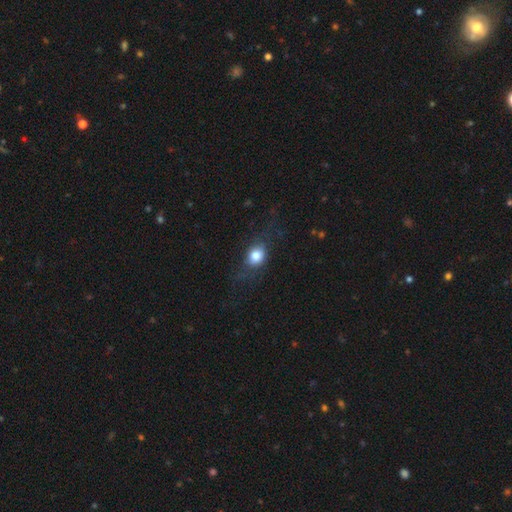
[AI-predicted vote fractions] Overall: smooth (75%). How rounded: round (51%; in between 46%). Merging: none (66%).